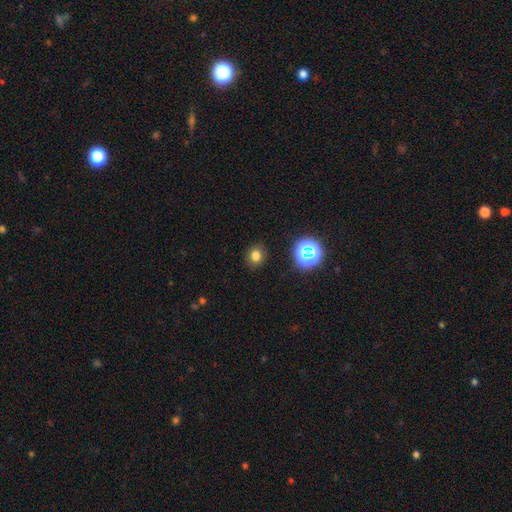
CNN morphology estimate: Overall: smooth (76%). How rounded: round (68%; in between 31%). Merging: none (88%).